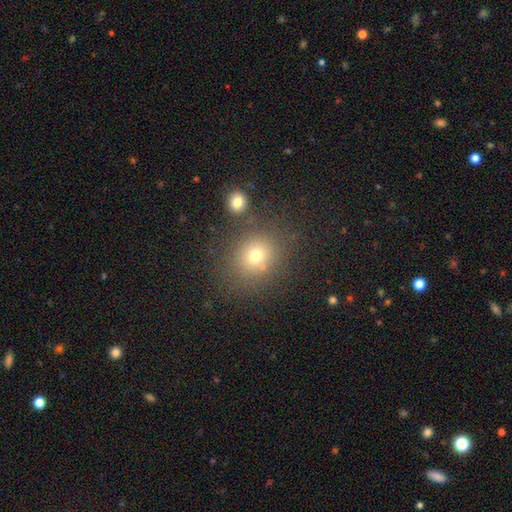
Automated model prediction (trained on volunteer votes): Overall: smooth (70%). How rounded: round (72%). Merging: none (75%).